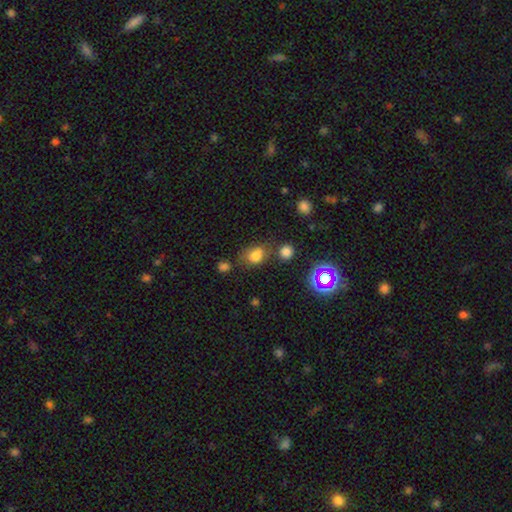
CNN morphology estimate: A smooth galaxy with no disk features (76%) that is in between round and cigar-shaped (60%).

Vote fractions:
- Smooth or featured? smooth: 76% / star or artifact: 16% / featured or disk: 8%
- How rounded? in between: 60% / round: 38% / cigar-shaped: 1%
- Merging? none: 61% / minor disturbance: 19% / merger: 13% / major disturbance: 7%